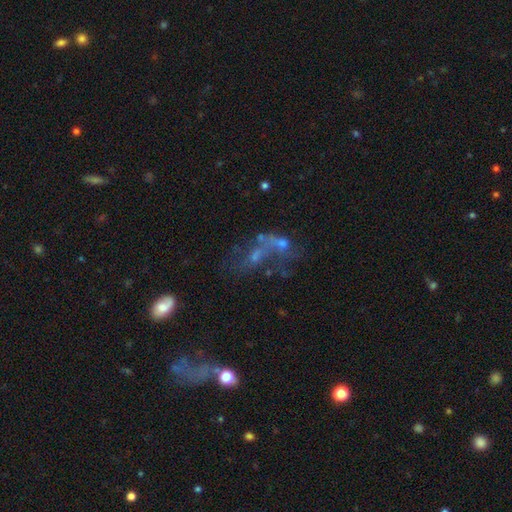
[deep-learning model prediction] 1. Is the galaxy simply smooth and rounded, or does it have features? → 48% featured or disk, 28% smooth, 24% star or artifact.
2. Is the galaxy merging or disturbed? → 35% merger, 28% major disturbance, 25% none, 12% minor disturbance.